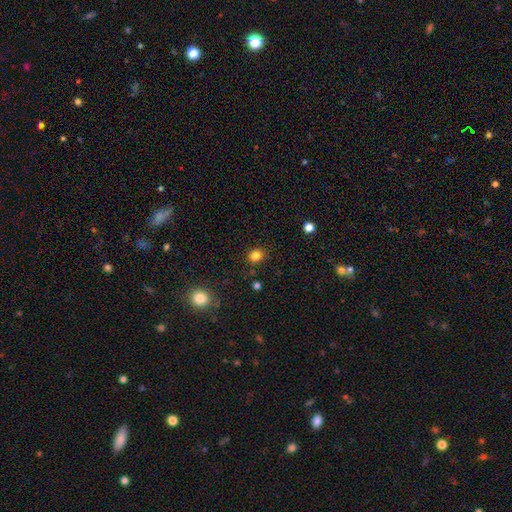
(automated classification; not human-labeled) Smooth or featured: smooth — 82% (star or artifact — 13%)
How rounded: round — 81% (in between — 18%)
Merging: none — 87% (minor disturbance — 9%)